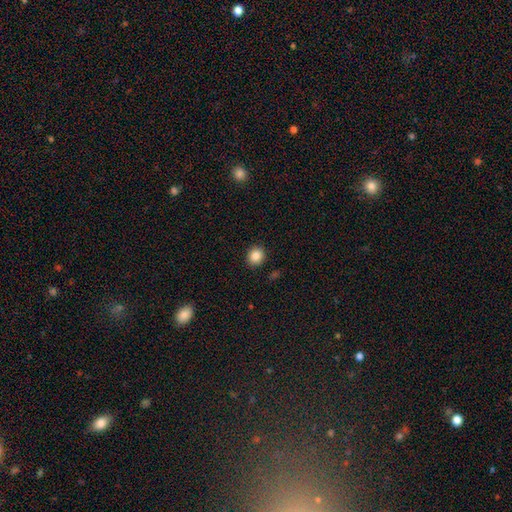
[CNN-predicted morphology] Smooth or featured?
  - smooth: 86% *
  - star or artifact: 10%
  - featured or disk: 4%
How rounded?
  - round: 77% *
  - in between: 22%
  - cigar-shaped: 1%
Merging?
  - none: 90% *
  - minor disturbance: 6%
  - major disturbance: 2%
  - merger: 1%